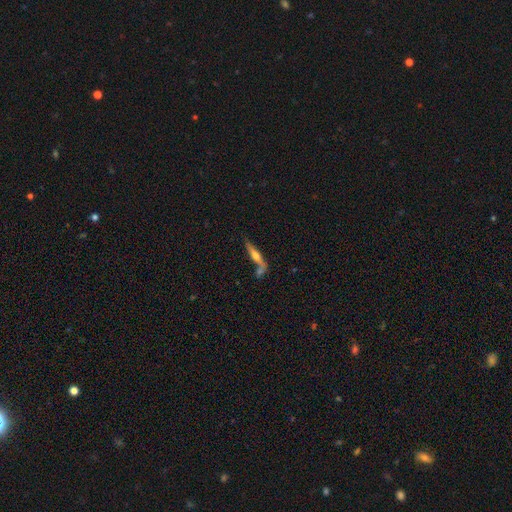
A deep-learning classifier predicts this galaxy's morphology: Smooth or featured? Predicted: featured or disk (p=0.57). Edge-on disk? Predicted: yes (p=0.87). Merging? Predicted: none (p=0.50).